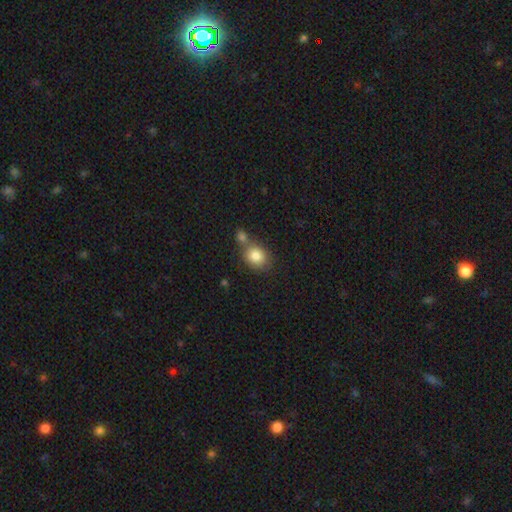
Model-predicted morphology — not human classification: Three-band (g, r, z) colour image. It shows a smooth galaxy with no disk features (83%) that is round (60%). Merging: none (51%).